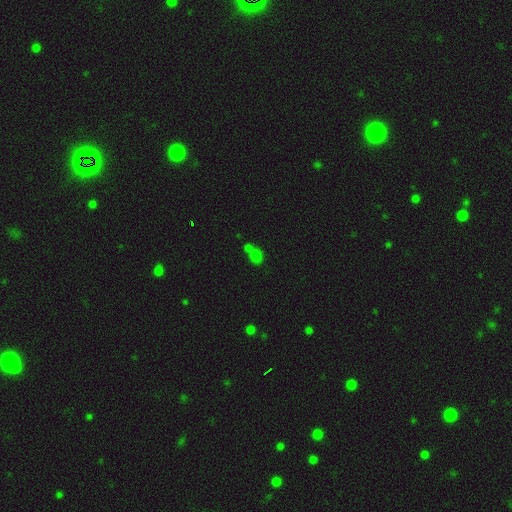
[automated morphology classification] The model was most divided on "merging" (2-way tie): none: 43%, merger: 43%, minor disturbance: 9%, major disturbance: 5%. More confident: smooth or featured — smooth (68%); how rounded — round (64%).